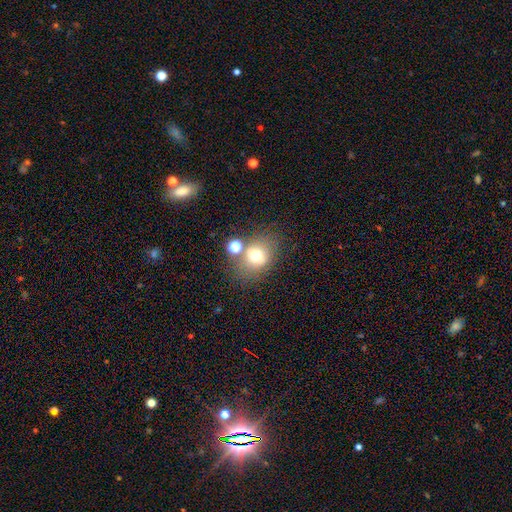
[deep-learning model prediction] A smooth galaxy with no disk features (67%) that is round (55%). Merging: none (58%).